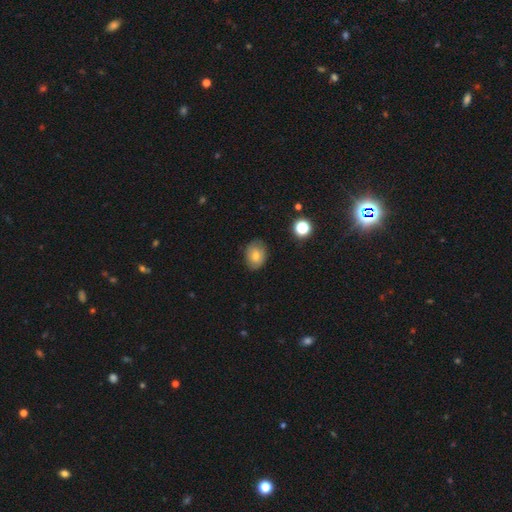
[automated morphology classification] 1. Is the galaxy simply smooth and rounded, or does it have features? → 70% smooth, 19% featured or disk, 10% star or artifact.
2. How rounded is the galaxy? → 54% in between, 45% round, 1% cigar-shaped.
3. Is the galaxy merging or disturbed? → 77% none, 18% minor disturbance, 4% major disturbance, 1% merger.